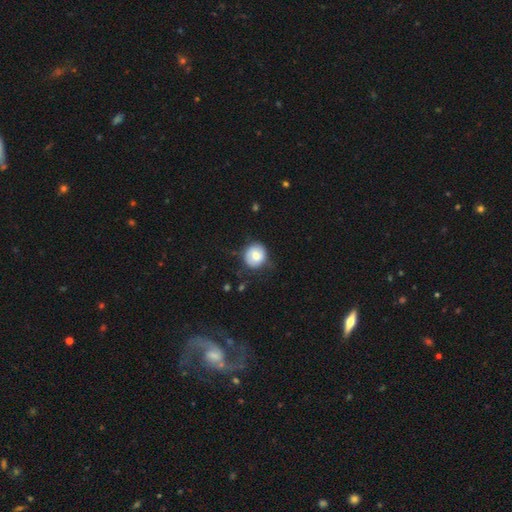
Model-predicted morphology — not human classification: smooth-or-featured: smooth: 70% | featured or disk: 22% | star or artifact: 8%
  how-rounded: round: 87% | in between: 12% | cigar-shaped: 1%
  merging: none: 73% | minor disturbance: 20% | major disturbance: 6% | merger: 2%